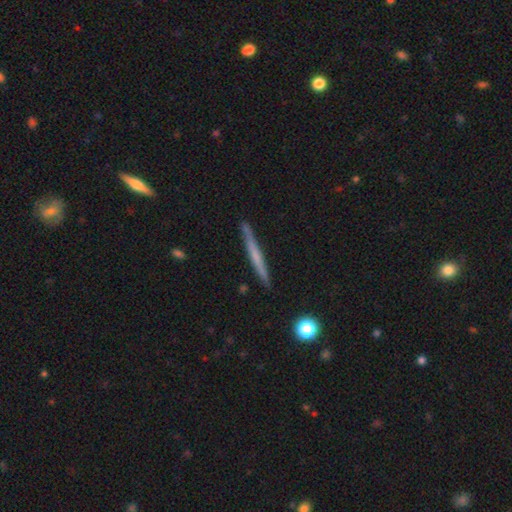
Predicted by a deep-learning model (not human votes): A featured or disk galaxy (48%).

Vote fractions:
- Smooth or featured? featured or disk: 48% / smooth: 46% / star or artifact: 6%
- Merging? none: 89% / minor disturbance: 8% / merger: 1% / major disturbance: 1%